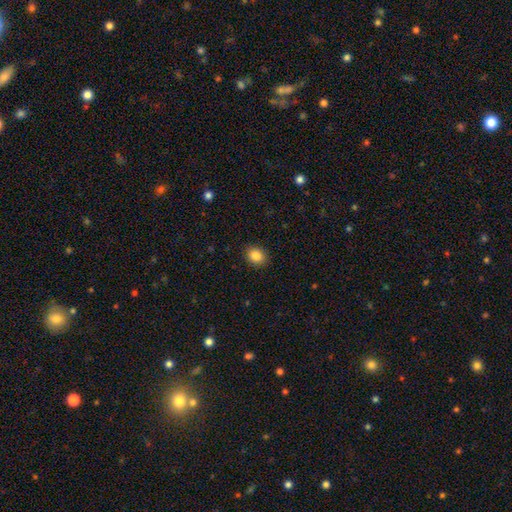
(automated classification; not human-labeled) smooth_or_featured: smooth (p=0.85) [alt: star or artifact p=0.09]
how_rounded: round (p=0.58) [alt: in between p=0.42]
merging: none (p=0.90) [alt: minor disturbance p=0.07]